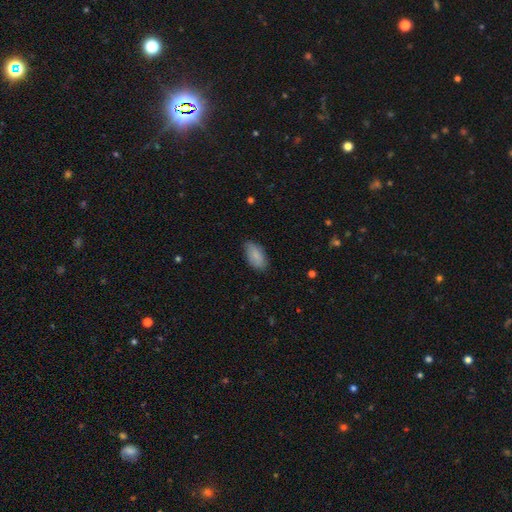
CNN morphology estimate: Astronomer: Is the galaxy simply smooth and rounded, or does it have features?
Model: smooth — 84%.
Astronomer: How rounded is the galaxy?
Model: in between — 93%.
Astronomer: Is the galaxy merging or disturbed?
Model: none — 75%.